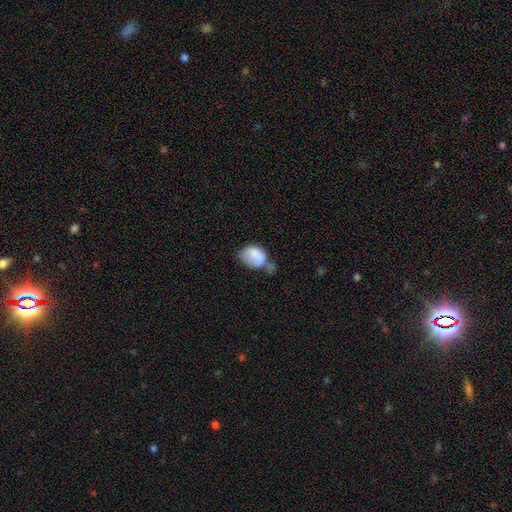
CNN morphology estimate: smooth-or-featured: smooth: 79% | featured or disk: 14% | star or artifact: 8%
  how-rounded: in between: 73% | round: 26% | cigar-shaped: 1%
  merging: minor disturbance: 30% | none: 25% | merger: 25% | major disturbance: 20%